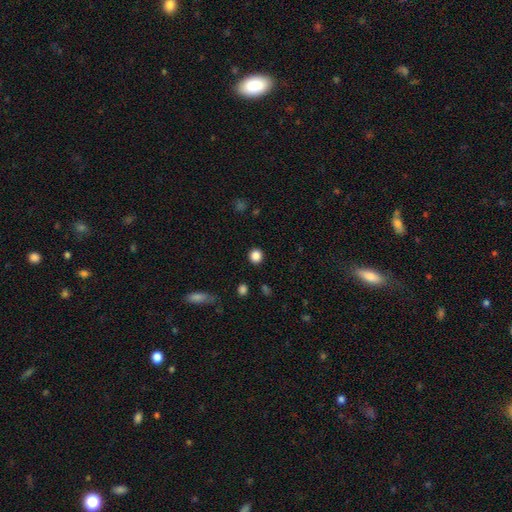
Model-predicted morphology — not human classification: Smooth or featured? Predicted: smooth (p=0.86). How rounded? Predicted: round (p=0.89). Merging? Predicted: none (p=0.91).